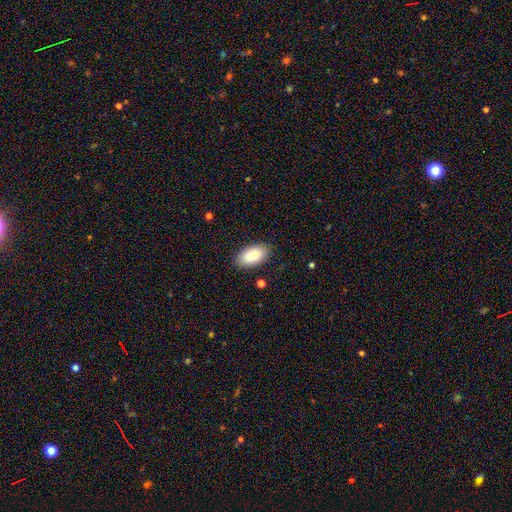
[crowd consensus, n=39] smooth_or_featured: smooth (p=0.87) [alt: star or artifact p=0.08]
how_rounded: in between (p=1.00)
merging: none (p=0.89) [alt: minor disturbance p=0.08]